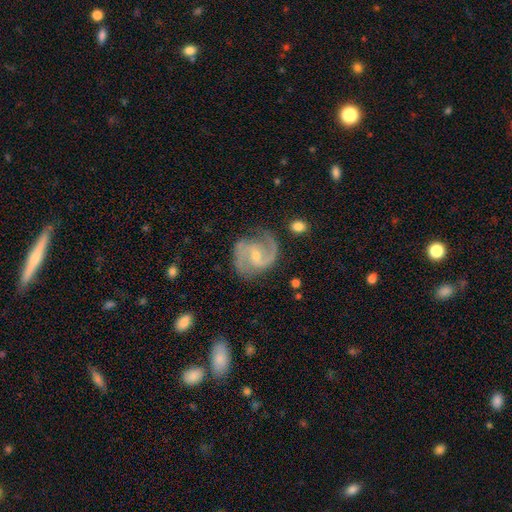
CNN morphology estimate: Q: Smooth or featured?
A: featured or disk (90%); runner-up: smooth (6%)
Q: Edge-on disk?
A: no (98%); runner-up: yes (2%)
Q: Bar?
A: weak (51%); runner-up: no (31%)
Q: Spiral arms?
A: yes (98%); runner-up: no (2%)
Q: Spiral winding?
A: medium (61%); runner-up: loose (20%)
Q: Spiral arm count?
A: 2 (92%); runner-up: can't tell (3%)
Q: Bulge size?
A: small (60%); runner-up: moderate (35%)
Q: Merging?
A: none (77%); runner-up: minor disturbance (16%)